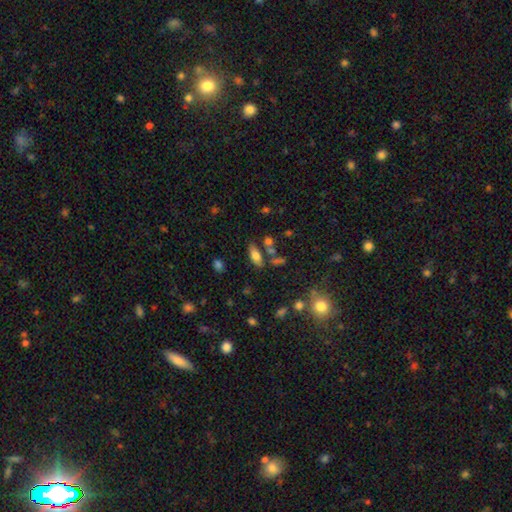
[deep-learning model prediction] smooth 72%, featured or disk 18%, star or artifact 10%. Down the decision tree: how rounded — in between (80%); merging — none (69%).